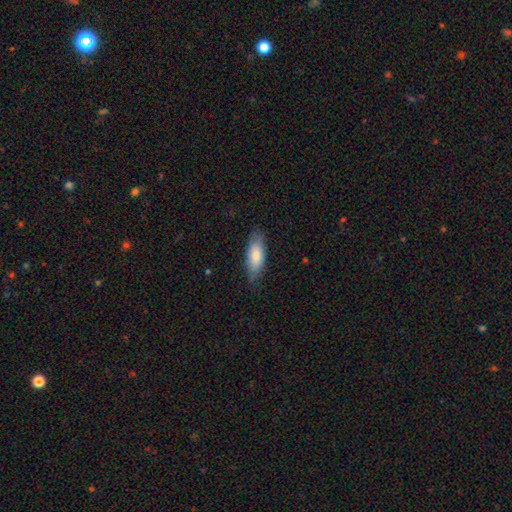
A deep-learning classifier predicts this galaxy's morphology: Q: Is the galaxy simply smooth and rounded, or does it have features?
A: smooth — 81%.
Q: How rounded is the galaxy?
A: in between — 74%.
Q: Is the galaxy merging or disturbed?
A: none — 79%.